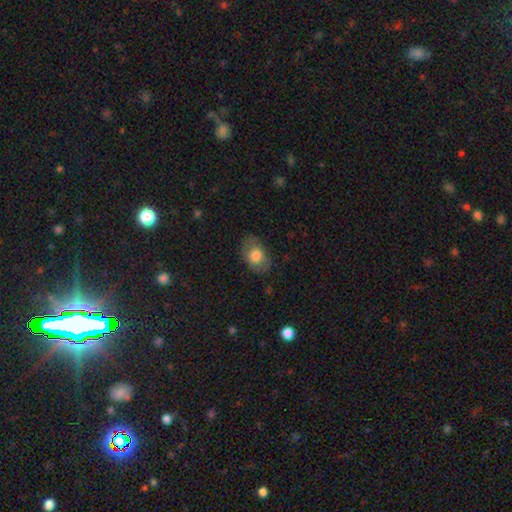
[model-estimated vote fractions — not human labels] Q: Smooth or featured?
A: smooth (74%); runner-up: featured or disk (19%)
Q: How rounded?
A: in between (78%); runner-up: round (21%)
Q: Merging?
A: none (75%); runner-up: minor disturbance (18%)